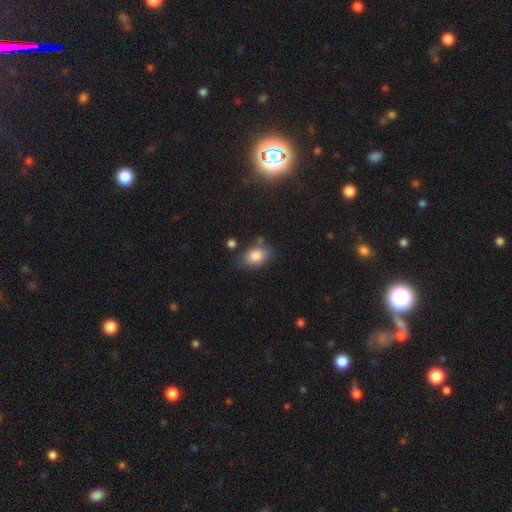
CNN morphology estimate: smooth_or_featured: smooth (p=0.83) [alt: star or artifact p=0.09]
how_rounded: in between (p=0.82) [alt: round p=0.17]
merging: none (p=0.72) [alt: minor disturbance p=0.17]